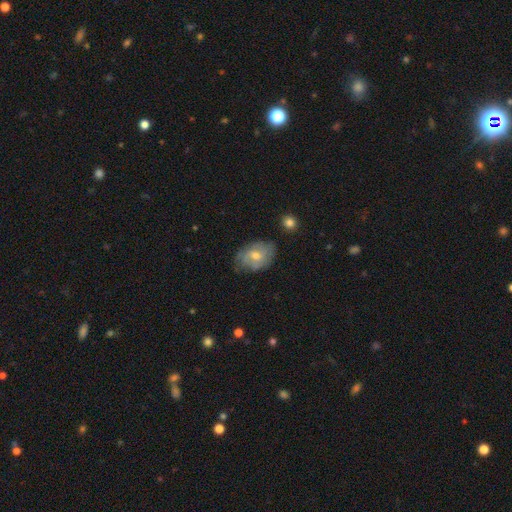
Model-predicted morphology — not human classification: This is possibly a featured or disk galaxy (51%). It is clearly not viewed edge-on (95%). Merging: likely none (68%).